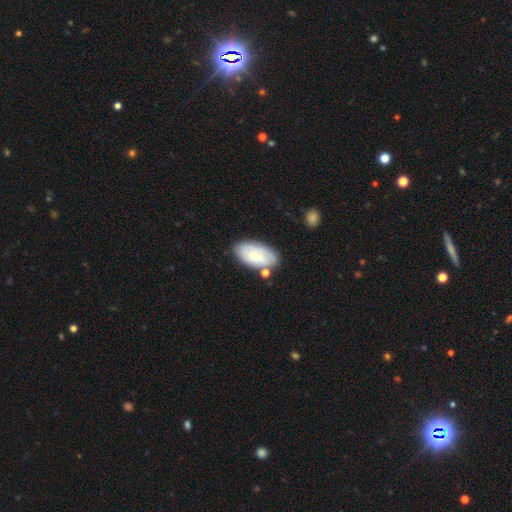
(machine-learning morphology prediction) Smooth or featured? Predicted: smooth (p=0.51). How rounded? Predicted: in between (p=0.93). Merging? Predicted: none (p=0.69).